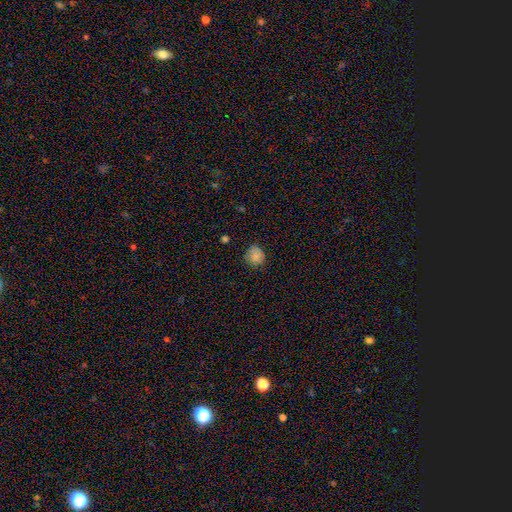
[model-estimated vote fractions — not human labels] The model was most divided on "how rounded": round: 76%, in between: 23%, cigar-shaped: 1%. More confident: smooth or featured — smooth (83%); merging — none (77%).